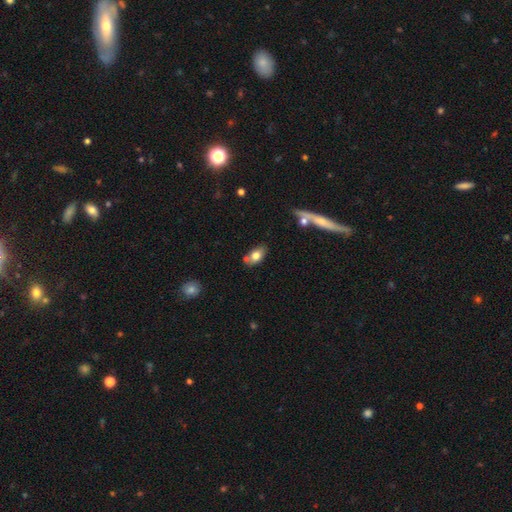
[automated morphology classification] smooth_or_featured: smooth (p=0.75) [alt: featured or disk p=0.17]
how_rounded: in between (p=0.88) [alt: round p=0.07]
merging: none (p=0.66) [alt: merger p=0.16]